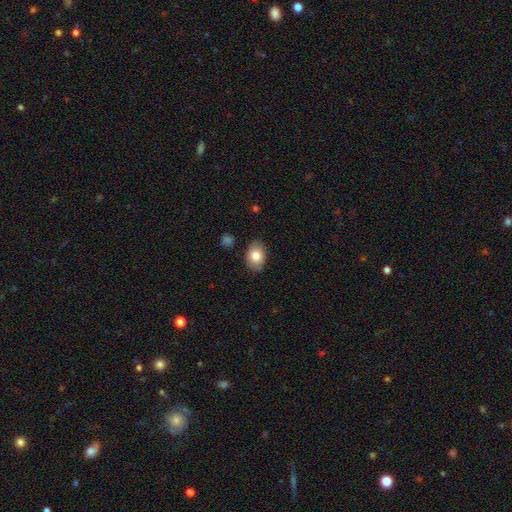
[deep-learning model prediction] smooth 81%, featured or disk 11%, star or artifact 7%. Down the decision tree: how rounded — in between (79%); merging — none (85%).